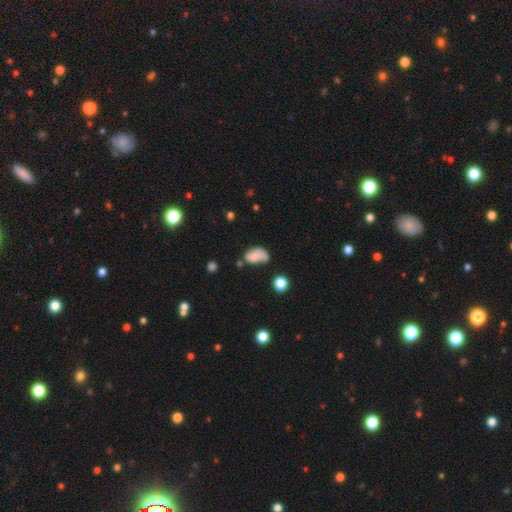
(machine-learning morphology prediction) The model was most divided on "merging": none: 34%, minor disturbance: 33%, major disturbance: 17%, merger: 15%. More confident: how rounded — in between (85%); smooth or featured — smooth (66%).